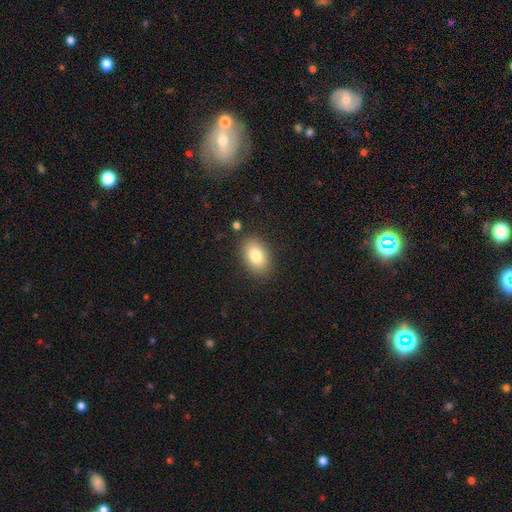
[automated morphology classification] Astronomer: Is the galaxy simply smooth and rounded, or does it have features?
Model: smooth — 82%.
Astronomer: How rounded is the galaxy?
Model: in between — 85%.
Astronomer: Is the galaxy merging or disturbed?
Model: none — 86%.